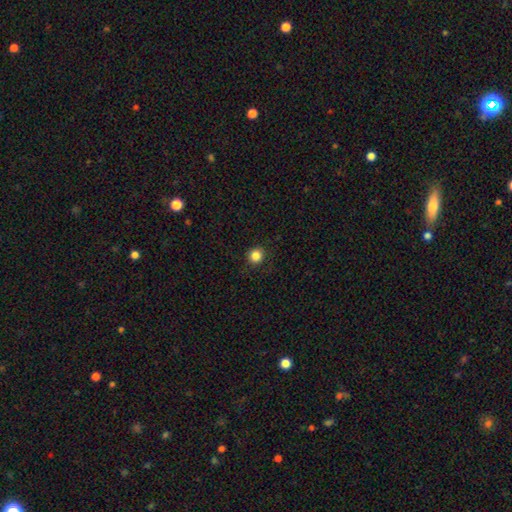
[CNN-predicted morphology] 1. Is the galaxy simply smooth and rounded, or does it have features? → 85% smooth, 11% star or artifact, 4% featured or disk.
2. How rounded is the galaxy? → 90% round, 9% in between, 1% cigar-shaped.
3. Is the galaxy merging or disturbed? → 89% none, 8% minor disturbance, 2% major disturbance, 1% merger.